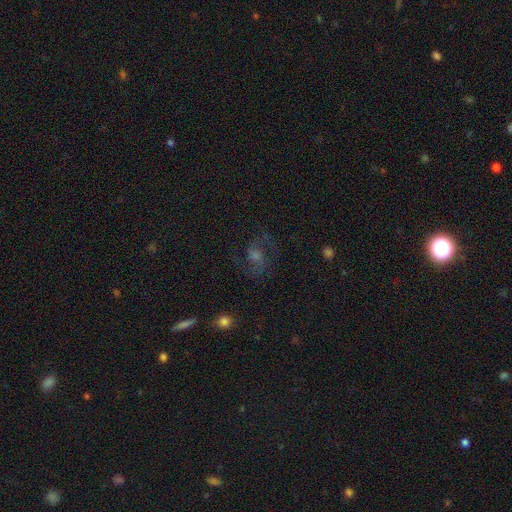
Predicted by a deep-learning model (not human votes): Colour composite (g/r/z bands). It shows a featured or disk galaxy (64%) with no bar (50%), 2 (84%) medium (54%) spiral arms (90%) and a moderate central bulge (42%). Merging: none (72%).